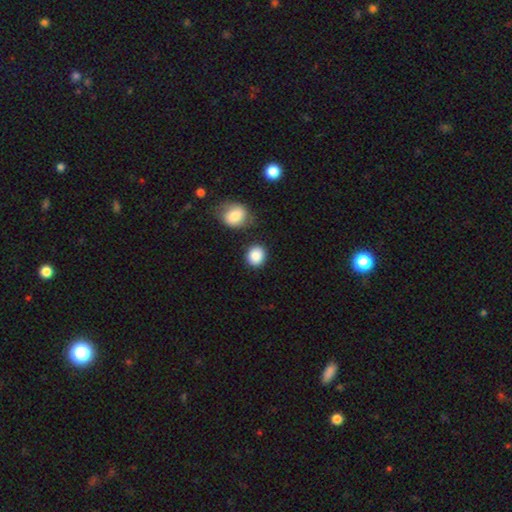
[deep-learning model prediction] smooth_or_featured: smooth (p=0.88) [alt: star or artifact p=0.08]
how_rounded: round (p=0.74) [alt: in between p=0.25]
merging: none (p=0.80) [alt: minor disturbance p=0.10]